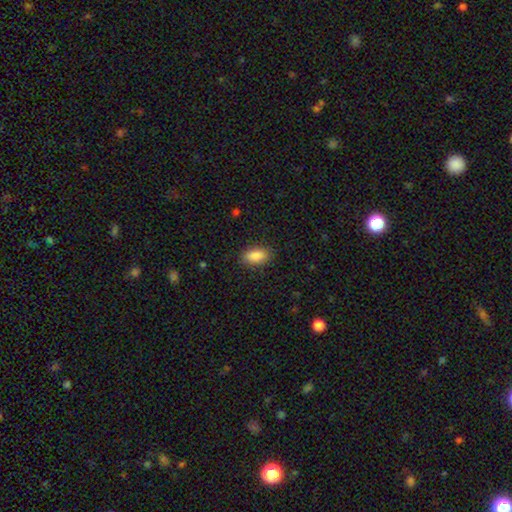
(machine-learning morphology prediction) Smooth or featured? Predicted: smooth (p=0.89). How rounded? Predicted: in between (p=0.92). Merging? Predicted: none (p=0.86).